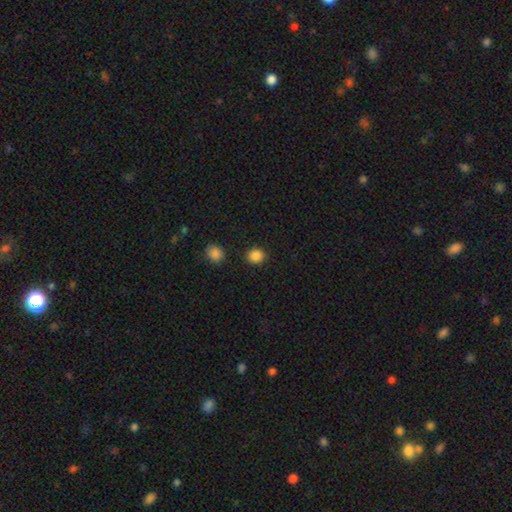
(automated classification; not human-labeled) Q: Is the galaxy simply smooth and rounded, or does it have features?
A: smooth — 87%.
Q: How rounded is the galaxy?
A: round — 81%.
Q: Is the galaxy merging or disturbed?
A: none — 88%.